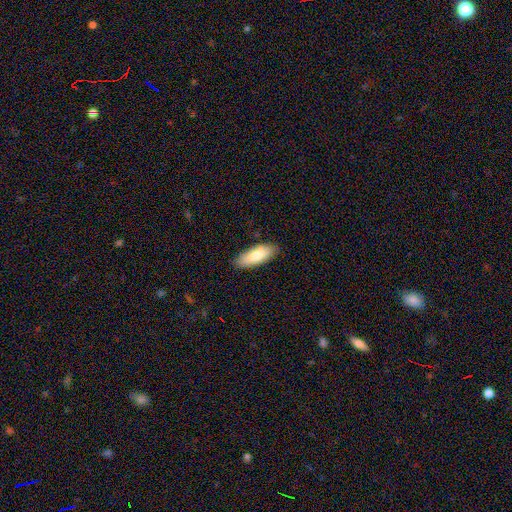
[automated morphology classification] Smooth or featured: smooth — 82% (featured or disk — 13%)
How rounded: in between — 72% (cigar-shaped — 27%)
Merging: none — 86% (minor disturbance — 11%)